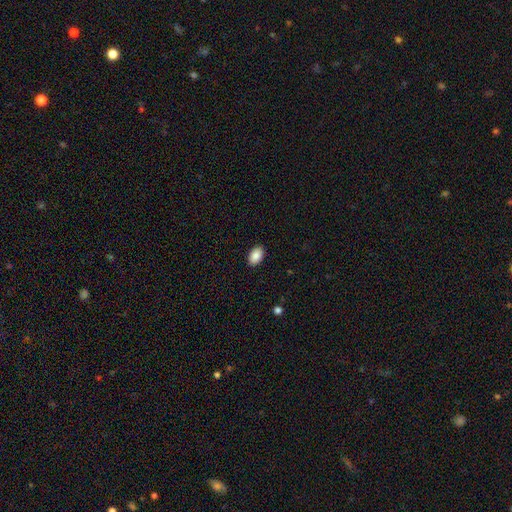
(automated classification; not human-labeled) Smooth or featured? smooth (89%)
How rounded? in between (91%)
Merging? none (90%)